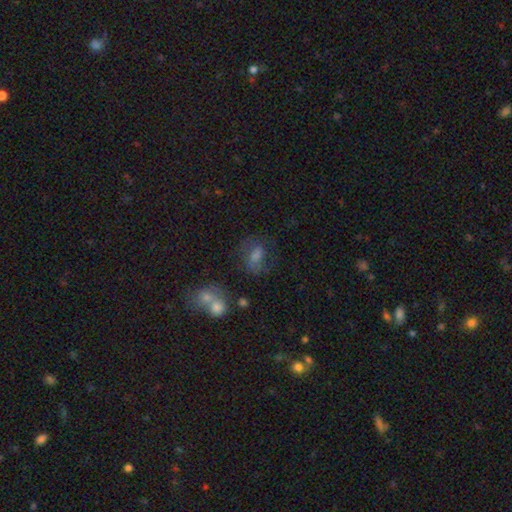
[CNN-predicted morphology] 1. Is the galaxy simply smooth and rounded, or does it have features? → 48% smooth, 31% featured or disk, 21% star or artifact.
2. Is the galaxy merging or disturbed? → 60% none, 19% minor disturbance, 13% major disturbance, 8% merger.